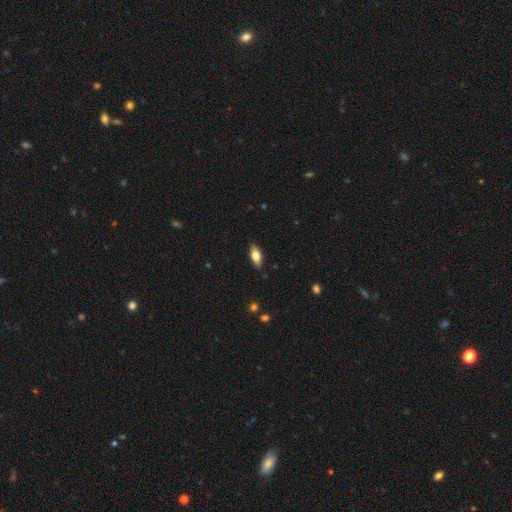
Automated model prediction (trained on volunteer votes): smooth_or_featured: smooth (p=0.71) [alt: featured or disk p=0.23]
how_rounded: in between (p=0.82) [alt: cigar-shaped p=0.16]
merging: none (p=0.88) [alt: minor disturbance p=0.09]